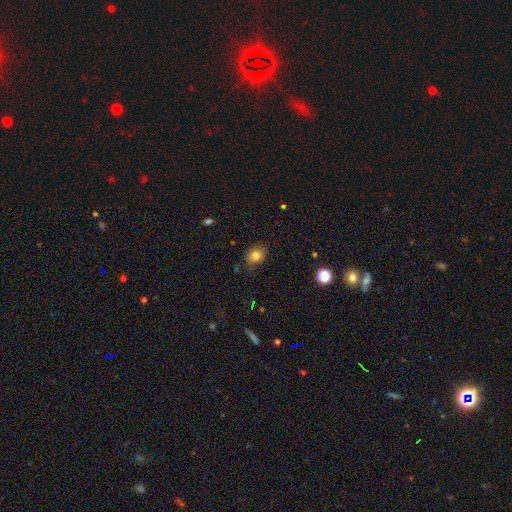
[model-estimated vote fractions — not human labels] smooth-or-featured: smooth: 80% | star or artifact: 12% | featured or disk: 8%
  how-rounded: round: 55% | in between: 44% | cigar-shaped: 1%
  merging: none: 77% | minor disturbance: 18% | major disturbance: 4% | merger: 2%